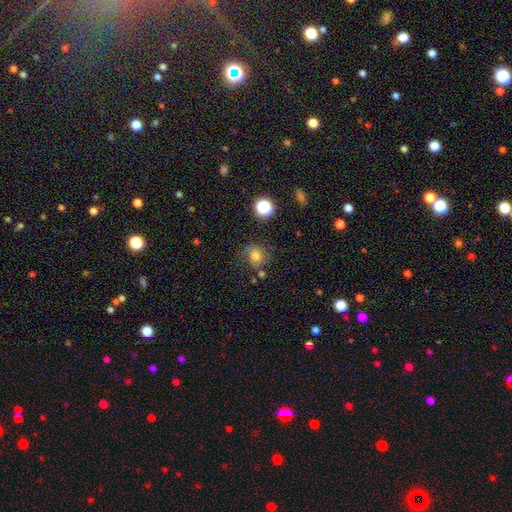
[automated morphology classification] A smooth galaxy with no disk features (51%) that is round (78%). Merging: none (57%).